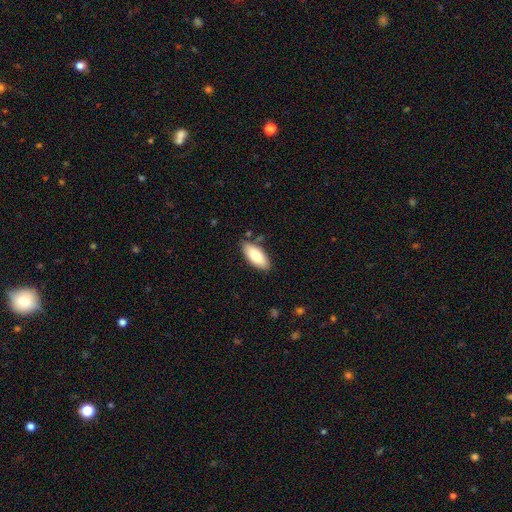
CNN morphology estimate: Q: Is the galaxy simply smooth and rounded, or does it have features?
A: smooth — 79%.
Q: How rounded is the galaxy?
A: in between — 85%.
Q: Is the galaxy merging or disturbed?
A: none — 83%.